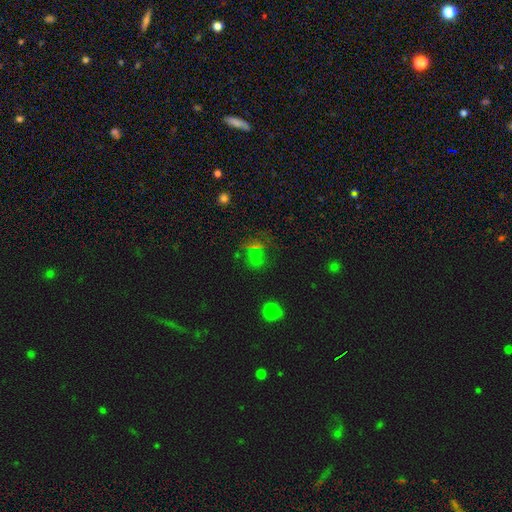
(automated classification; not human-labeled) A star or artifact, not a galaxy (46%).